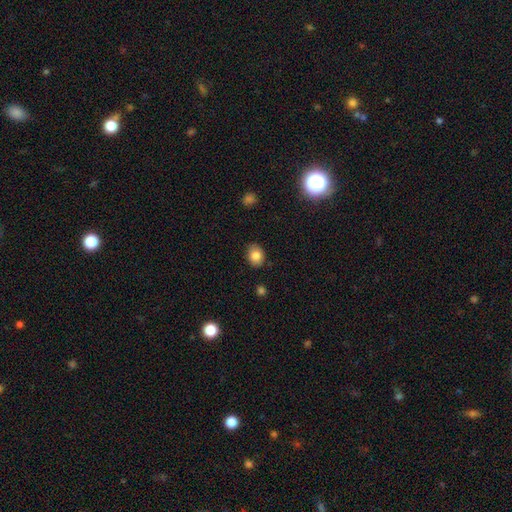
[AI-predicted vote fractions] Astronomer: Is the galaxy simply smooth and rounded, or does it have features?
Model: smooth — 82%.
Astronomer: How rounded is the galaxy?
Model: in between — 58% (runner-up: round, 41%).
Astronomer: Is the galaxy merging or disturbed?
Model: none — 85%.